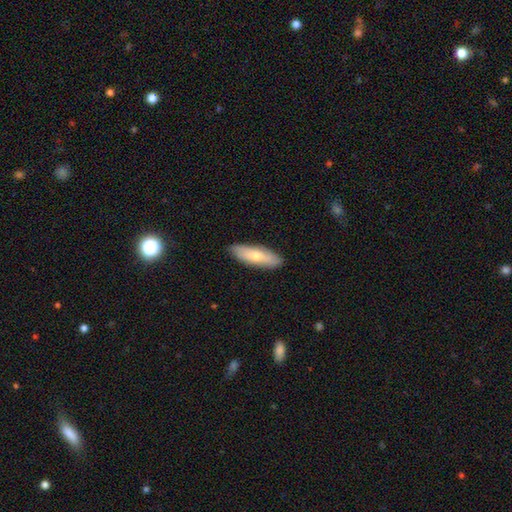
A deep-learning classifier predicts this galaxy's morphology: Overall: smooth (67%). How rounded: in between (54%; cigar-shaped 44%). Merging: none (86%).